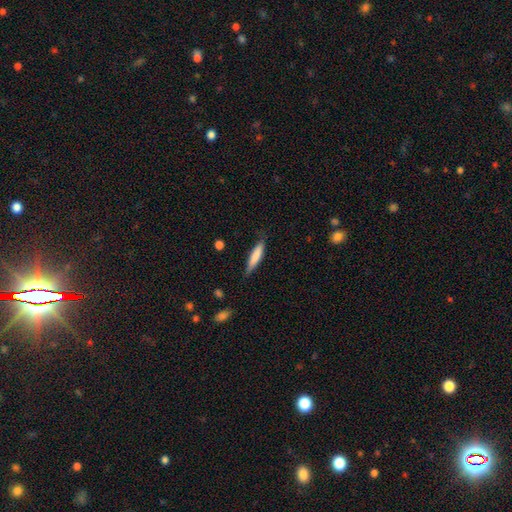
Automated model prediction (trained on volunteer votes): Smooth or featured? Predicted: smooth (p=0.78). How rounded? Predicted: cigar-shaped (p=0.82). Merging? Predicted: none (p=0.77).